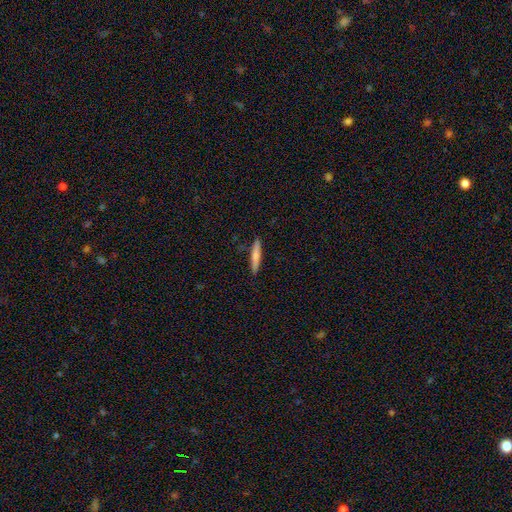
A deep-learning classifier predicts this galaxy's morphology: Q: Smooth or featured?
A: smooth (68%); runner-up: featured or disk (26%)
Q: How rounded?
A: cigar-shaped (93%); runner-up: in between (6%)
Q: Merging?
A: none (90%); runner-up: minor disturbance (7%)